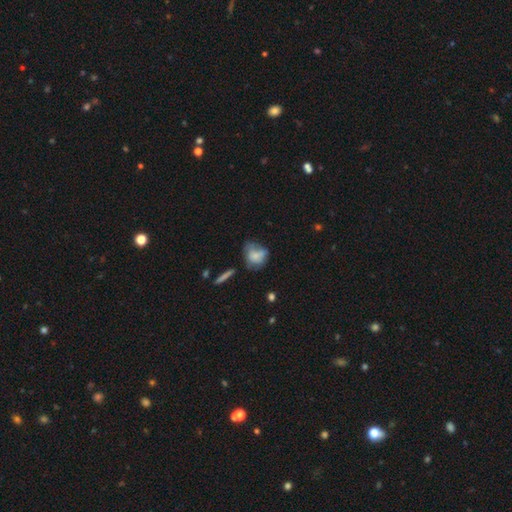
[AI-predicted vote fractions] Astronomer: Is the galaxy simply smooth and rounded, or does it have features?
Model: smooth — 65%.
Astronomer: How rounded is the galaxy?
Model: round — 52% (runner-up: in between, 46%).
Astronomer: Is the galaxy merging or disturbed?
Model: none — 39% (runner-up: minor disturbance, 32%).